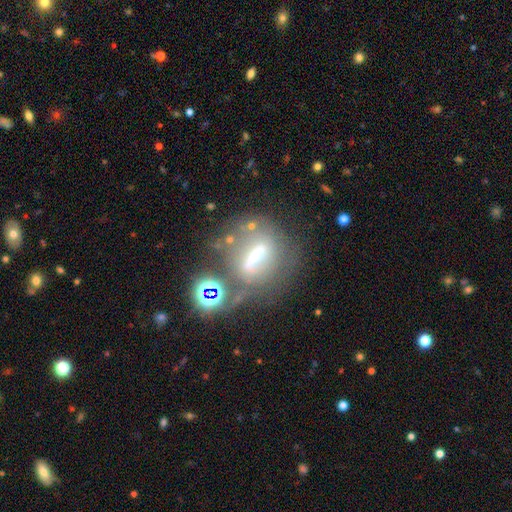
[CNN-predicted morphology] Q: Smooth or featured?
A: featured or disk (55%); runner-up: smooth (27%)
Q: Edge-on disk?
A: no (75%); runner-up: yes (25%)
Q: Merging?
A: none (46%); runner-up: merger (21%)